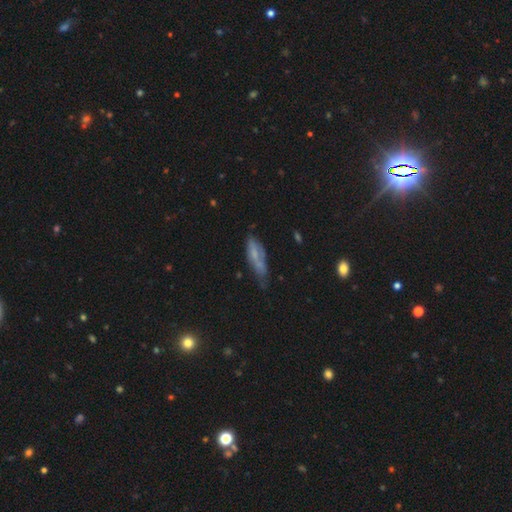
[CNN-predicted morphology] This appears to be a smooth galaxy with no disk features (47%). Merging: none (48%).